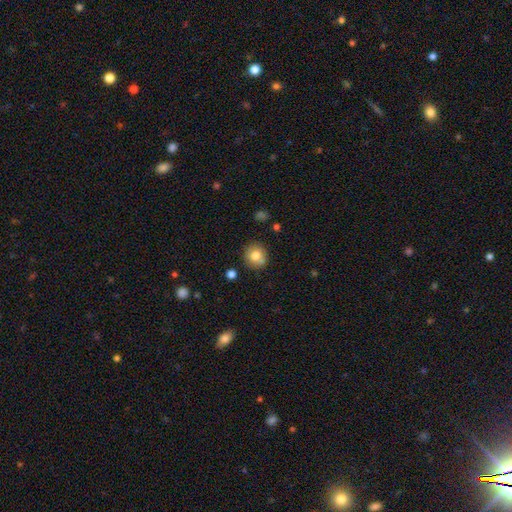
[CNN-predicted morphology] A smooth galaxy with no disk features (78%) that is round (89%). Merging: none (78%).